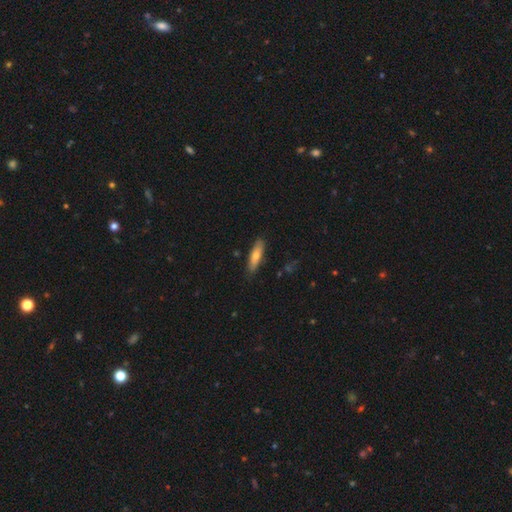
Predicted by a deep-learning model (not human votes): smooth_or_featured: smooth (p=0.59) [alt: featured or disk p=0.34]
how_rounded: cigar-shaped (p=0.71) [alt: in between p=0.27]
merging: none (p=0.85) [alt: minor disturbance p=0.12]